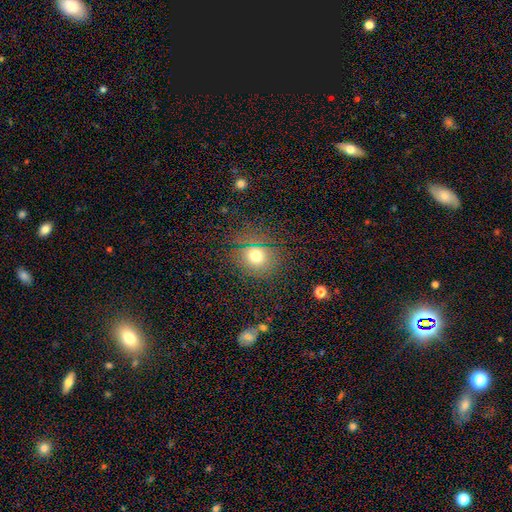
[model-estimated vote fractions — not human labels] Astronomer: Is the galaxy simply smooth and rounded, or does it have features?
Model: smooth — 71%.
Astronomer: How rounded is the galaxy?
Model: round — 81%.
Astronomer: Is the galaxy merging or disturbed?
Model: none — 83%.